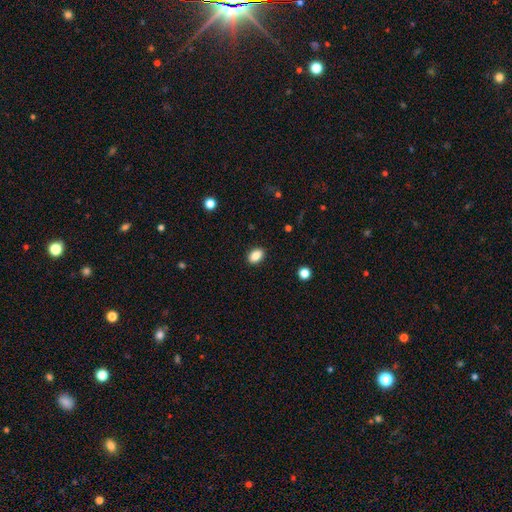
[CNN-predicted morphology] A smooth galaxy with no disk features (86%) that is in between round and cigar-shaped (82%). Merging: none (89%).